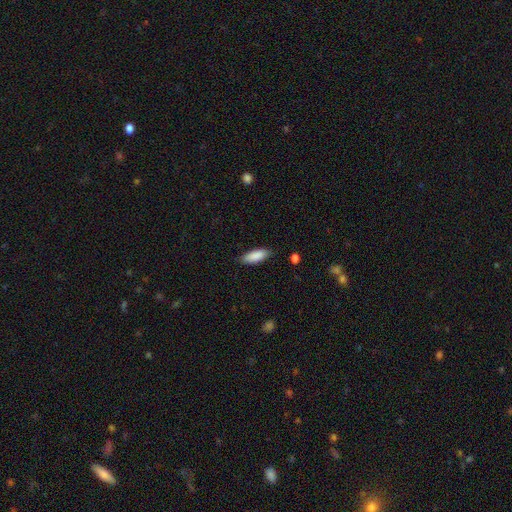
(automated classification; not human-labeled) Q: Smooth or featured?
A: smooth (88%); runner-up: featured or disk (6%)
Q: How rounded?
A: in between (69%); runner-up: cigar-shaped (30%)
Q: Merging?
A: none (84%); runner-up: minor disturbance (13%)